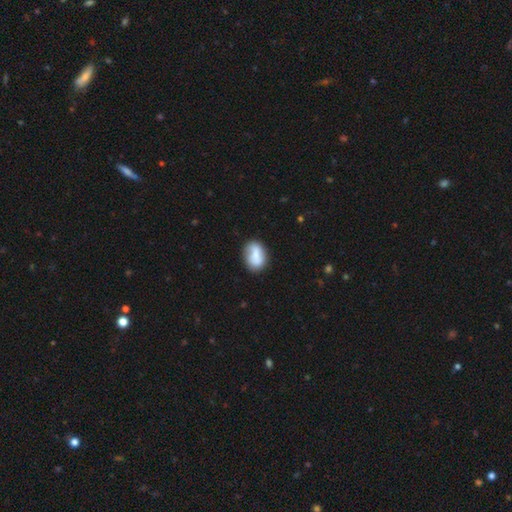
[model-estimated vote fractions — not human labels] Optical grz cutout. It shows a smooth galaxy with no disk features (66%) that is in between round and cigar-shaped (76%). Merging: none (63%).